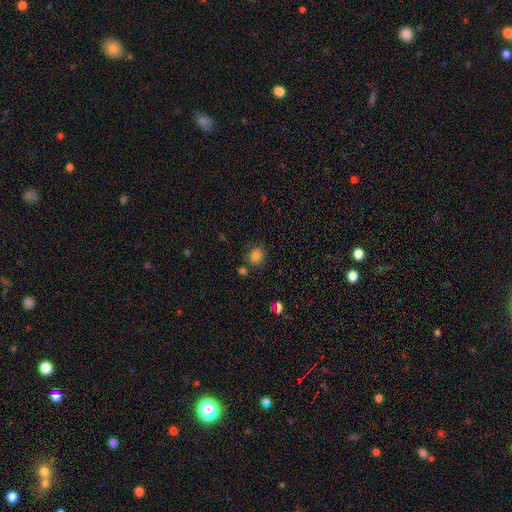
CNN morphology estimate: The model was most divided on "how rounded": round: 71%, in between: 28%, cigar-shaped: 1%. More confident: smooth or featured — smooth (83%); merging — none (74%).